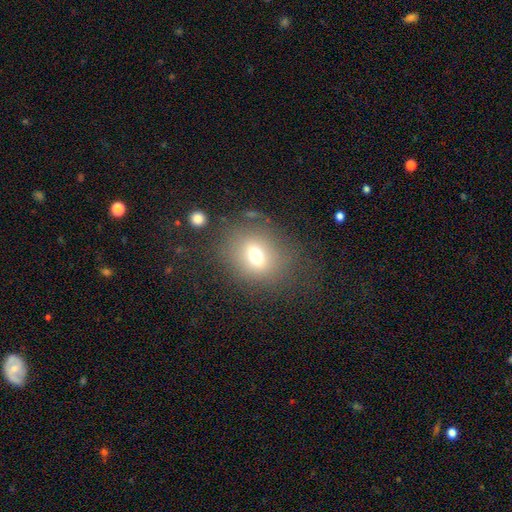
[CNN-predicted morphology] A smooth galaxy with no disk features (67%) that is round (55%). Merging: none (71%).